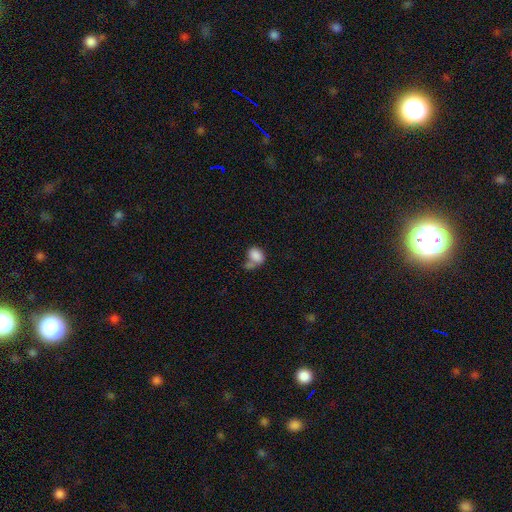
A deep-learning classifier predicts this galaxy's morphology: Smooth or featured? smooth (83%)
How rounded? in between (71%)
Merging? merger (42%)